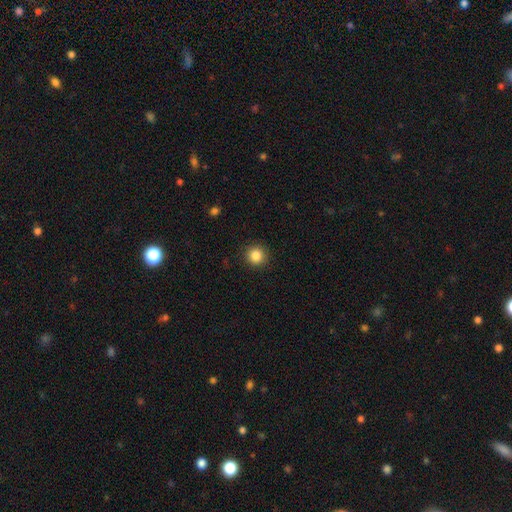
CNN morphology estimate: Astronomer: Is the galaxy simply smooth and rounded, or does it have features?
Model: smooth — 86%.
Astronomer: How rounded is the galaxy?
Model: round — 94%.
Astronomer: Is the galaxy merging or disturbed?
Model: none — 91%.